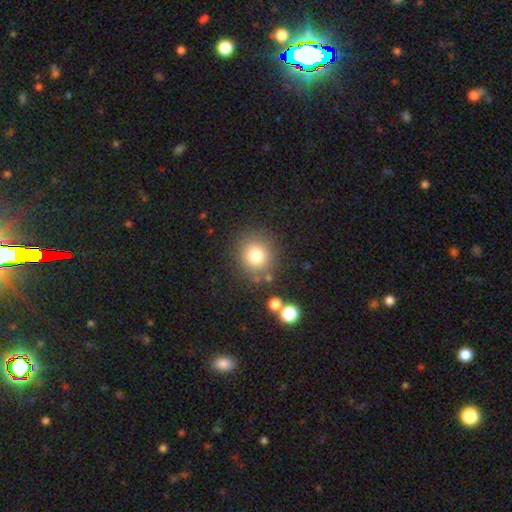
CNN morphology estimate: Overall: smooth (79%). How rounded: round (90%). Merging: none (81%).